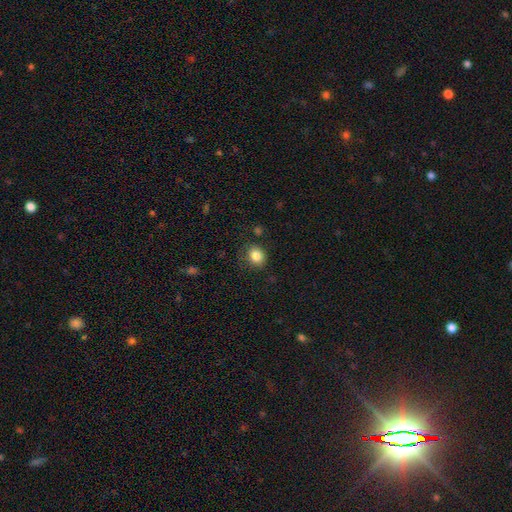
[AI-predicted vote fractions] Morphology: type=smooth (84%); roundness=round (61%); merging=none (77%).